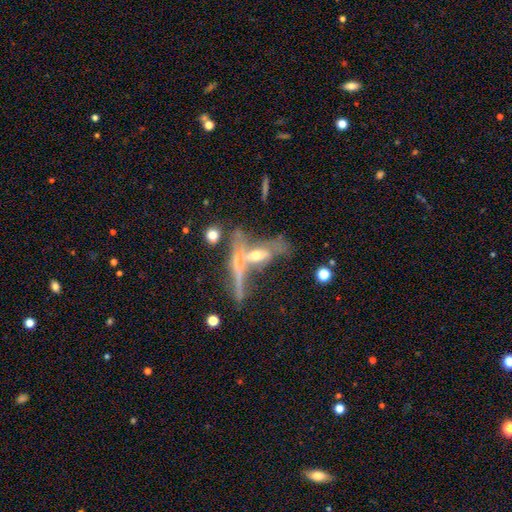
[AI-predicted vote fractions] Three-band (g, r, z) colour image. It shows a featured or disk galaxy (63%) viewed edge-on (57%). Merging: merger (49%).